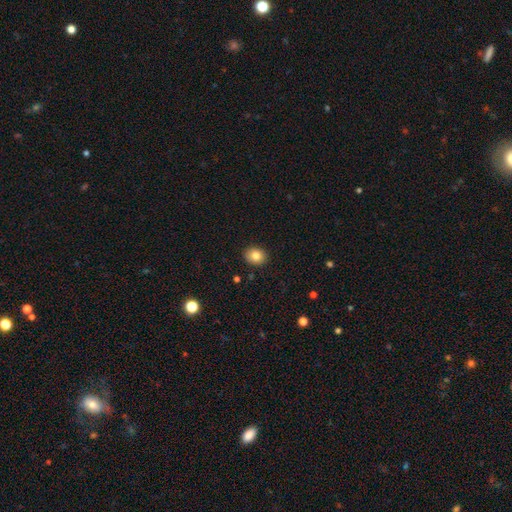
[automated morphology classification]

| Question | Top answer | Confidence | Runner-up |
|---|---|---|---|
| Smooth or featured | smooth | 83% | star or artifact (9%) |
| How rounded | round | 56% | in between (43%) |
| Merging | none | 90% | minor disturbance (8%) |